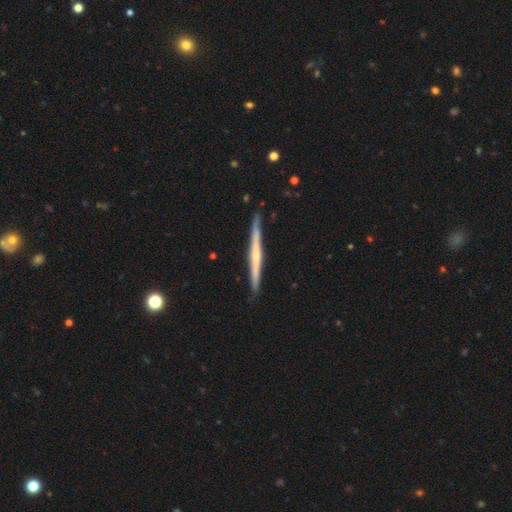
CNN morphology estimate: Overall: featured or disk (65%; smooth 30%). Edge-on disk: yes (98%). Edge-on bulge: none (56%; rounded 35%). Merging: none (90%).